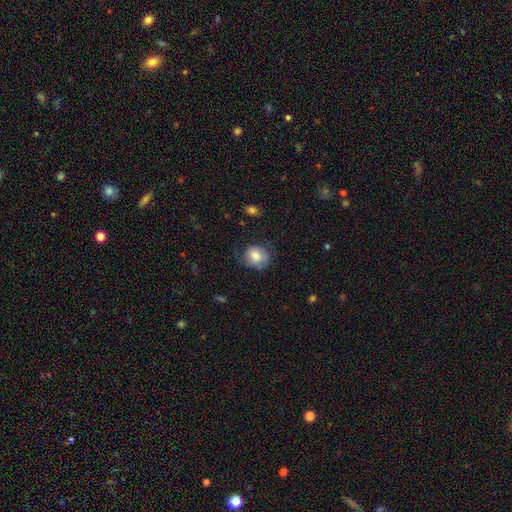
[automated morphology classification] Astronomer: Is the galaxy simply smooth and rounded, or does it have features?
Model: smooth — 80%.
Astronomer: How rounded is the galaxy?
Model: round — 69%.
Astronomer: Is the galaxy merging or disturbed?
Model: none — 70%.